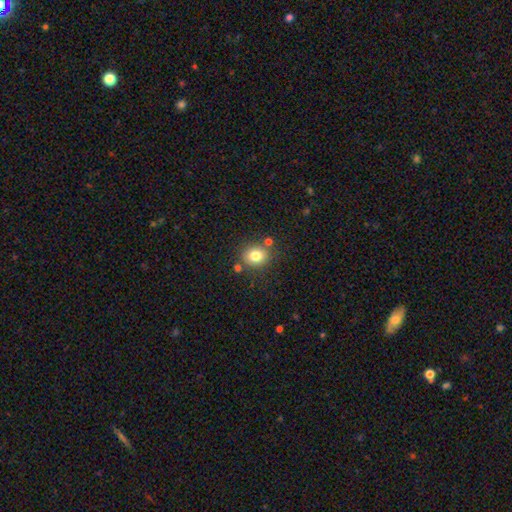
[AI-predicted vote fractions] The model was most divided on "how rounded": round: 69%, in between: 30%, cigar-shaped: 1%. More confident: smooth or featured — smooth (80%); merging — none (77%).